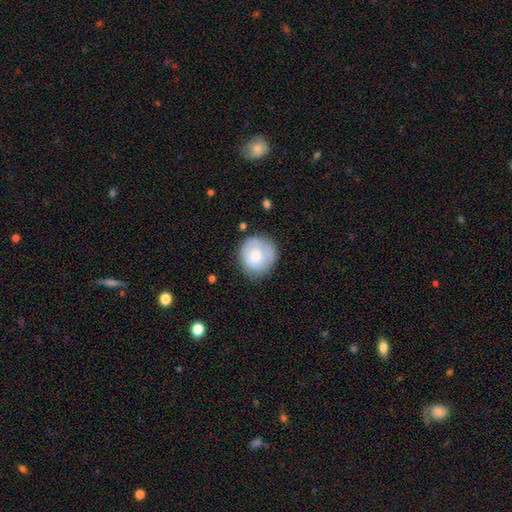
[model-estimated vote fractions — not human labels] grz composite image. It shows a smooth galaxy with no disk features (72%) that is round (87%). Merging: none (70%).